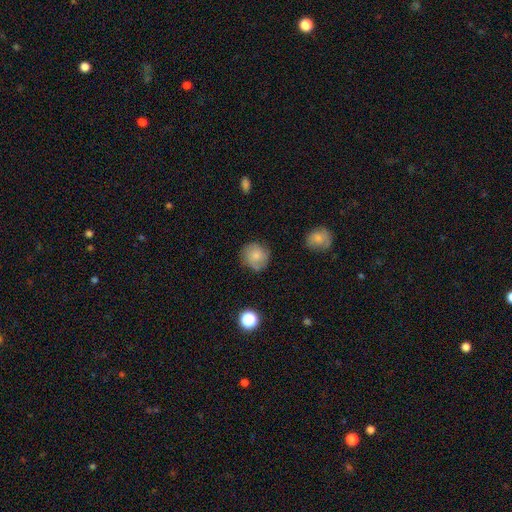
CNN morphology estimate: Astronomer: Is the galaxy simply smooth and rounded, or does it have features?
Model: smooth — 73%.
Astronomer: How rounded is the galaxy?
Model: round — 89%.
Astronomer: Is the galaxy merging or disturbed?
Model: none — 74%.